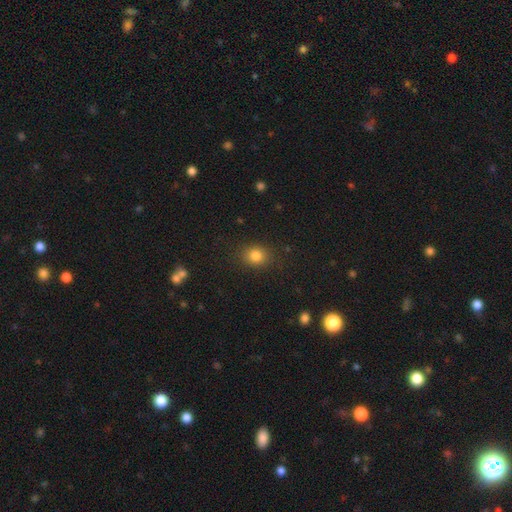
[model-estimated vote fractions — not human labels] The model was most divided on "how rounded": round: 66%, in between: 33%, cigar-shaped: 1%. More confident: merging — none (86%); smooth or featured — smooth (82%).